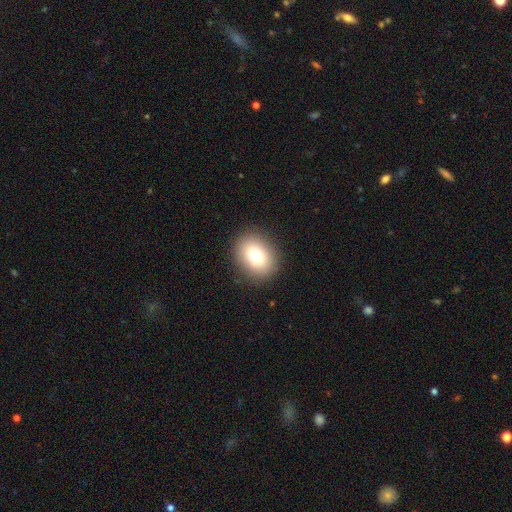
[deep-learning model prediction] This is clearly a smooth galaxy (81%). How rounded: likely in between (61%). Merging: clearly none (89%).